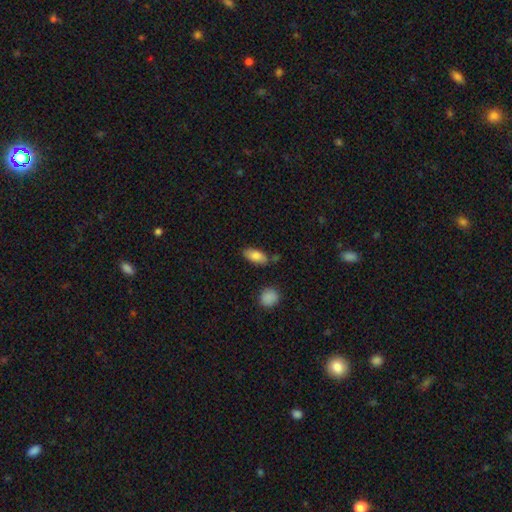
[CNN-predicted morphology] Smooth or featured? Predicted: smooth (p=0.82). How rounded? Predicted: in between (p=0.88). Merging? Predicted: none (p=0.75).